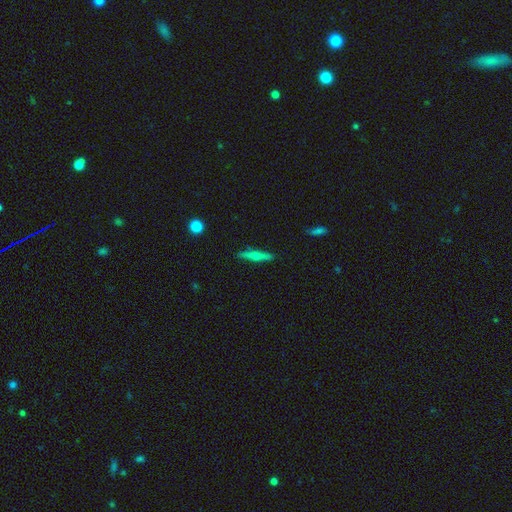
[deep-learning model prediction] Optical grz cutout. It shows a featured or disk galaxy (52%) viewed edge-on (95%). Merging: none (89%).